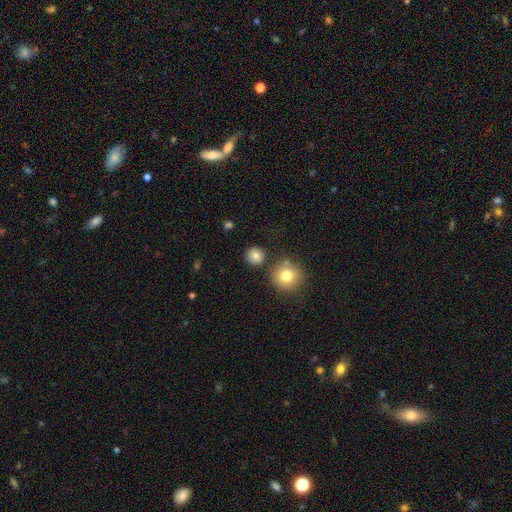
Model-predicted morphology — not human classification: A smooth galaxy with no disk features (82%) that is round (93%). Merging: none (85%).